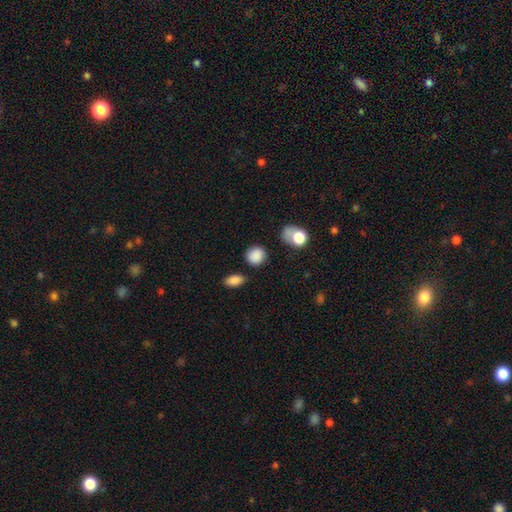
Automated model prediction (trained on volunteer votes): Smooth or featured? smooth (86%)
How rounded? round (80%)
Merging? none (78%)